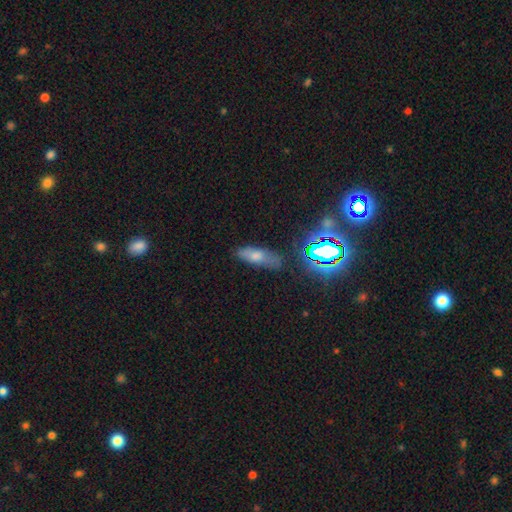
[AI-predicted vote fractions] Morphology: type=smooth (56%); roundness=in between (58%); merging=none (73%).